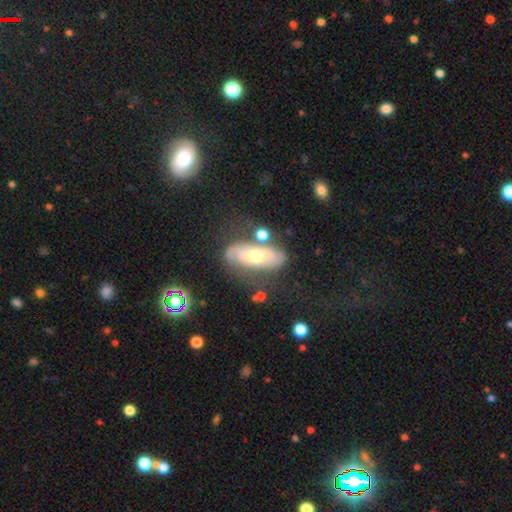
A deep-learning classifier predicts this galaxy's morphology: A featured or disk galaxy (61%).

Vote fractions:
- Smooth or featured? featured or disk: 61% / smooth: 31% / star or artifact: 8%
- Edge-on disk? no: 82% / yes: 18%
- Merging? none: 59% / minor disturbance: 20% / major disturbance: 13% / merger: 8%